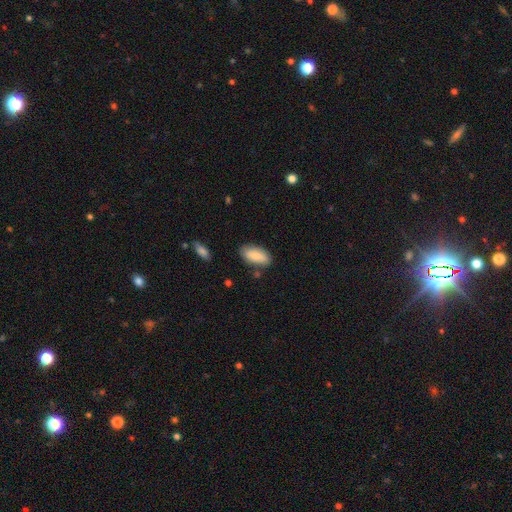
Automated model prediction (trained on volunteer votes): smooth_or_featured: smooth (p=0.80) [alt: featured or disk p=0.13]
how_rounded: in between (p=0.90) [alt: cigar-shaped p=0.08]
merging: none (p=0.78) [alt: minor disturbance p=0.15]